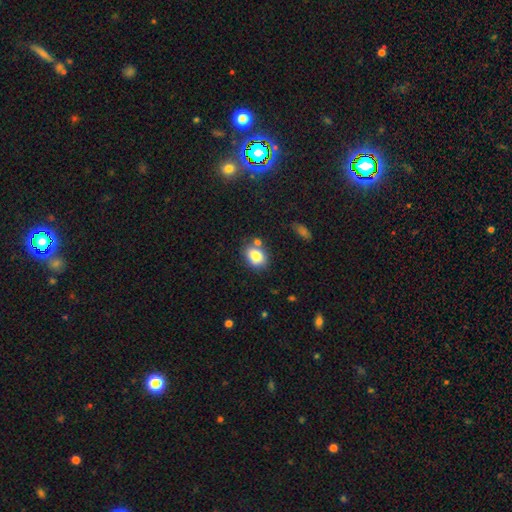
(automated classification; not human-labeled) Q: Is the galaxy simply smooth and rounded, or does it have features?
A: smooth — 81%.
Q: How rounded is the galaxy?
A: in between — 67%.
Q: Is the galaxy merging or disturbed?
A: none — 67%.